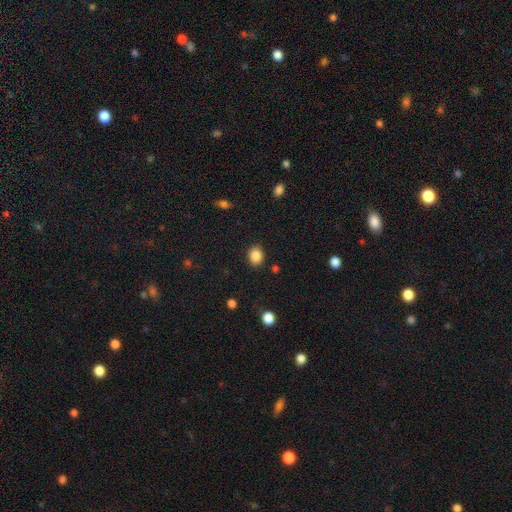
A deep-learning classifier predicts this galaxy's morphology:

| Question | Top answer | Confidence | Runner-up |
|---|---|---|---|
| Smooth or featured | smooth | 86% | star or artifact (9%) |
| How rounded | round | 53% | in between (46%) |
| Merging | none | 88% | minor disturbance (8%) |